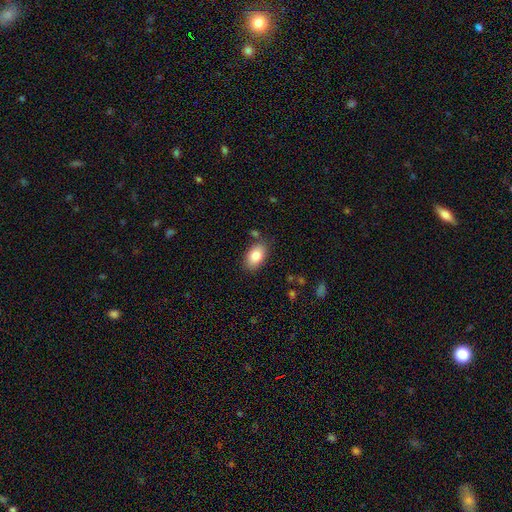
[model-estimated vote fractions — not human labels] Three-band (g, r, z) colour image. It shows a smooth galaxy with no disk features (84%) that is in between round and cigar-shaped (92%). Merging: none (81%).